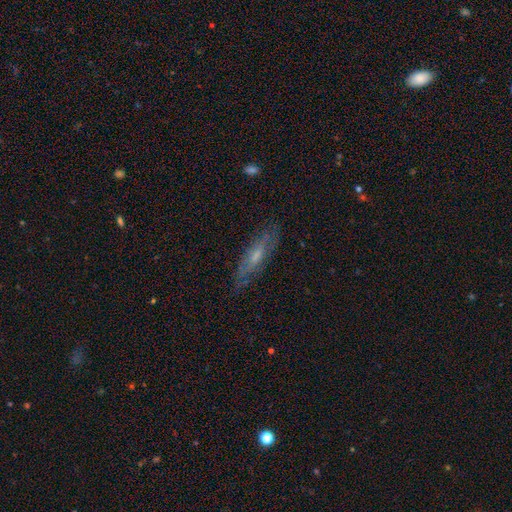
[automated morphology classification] A featured or disk galaxy (58%). Merging: none (80%).